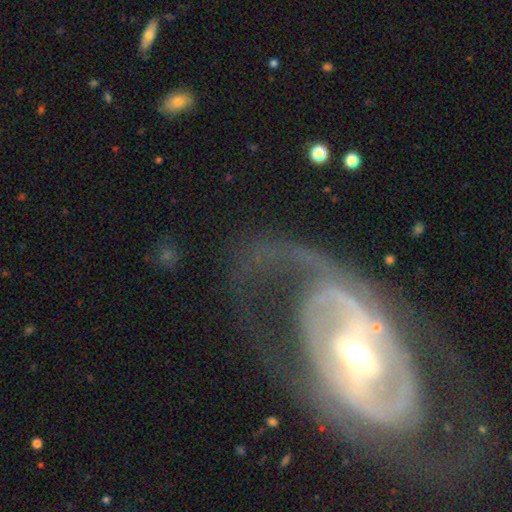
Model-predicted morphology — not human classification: smooth_or_featured: featured or disk (p=0.76) [alt: smooth p=0.15]
disk_edge_on: no (p=0.94) [alt: yes p=0.06]
bar: no (p=0.40) [alt: weak p=0.34]
has_spiral_arms: yes (p=0.73) [alt: no p=0.27]
spiral_winding: loose (p=0.38) [alt: medium p=0.37]
spiral_arm_count: 2 (p=0.43) [alt: 1 p=0.25]
bulge_size: moderate (p=0.61) [alt: small p=0.24]
merging: major disturbance (p=0.40) [alt: none p=0.38]